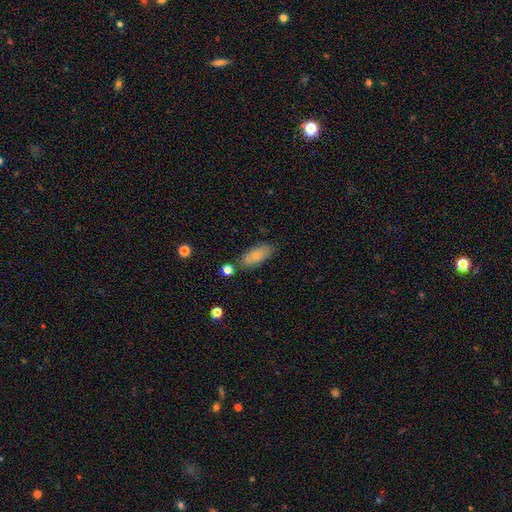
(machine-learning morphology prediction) type=smooth (76%); roundness=in between (87%); merging=none (76%).